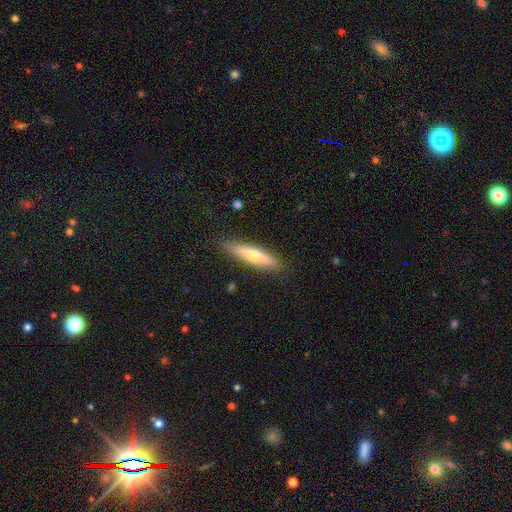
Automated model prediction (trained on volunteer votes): smooth-or-featured: smooth: 60% | featured or disk: 34% | star or artifact: 6%
  how-rounded: cigar-shaped: 84% | in between: 14% | round: 1%
  merging: none: 86% | minor disturbance: 10% | major disturbance: 2% | merger: 1%